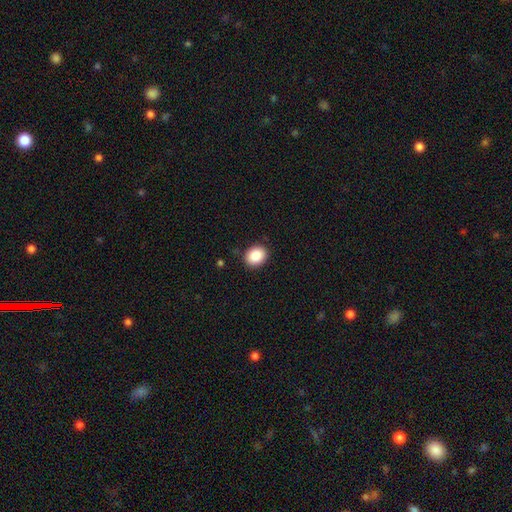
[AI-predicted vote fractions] Smooth or featured? Predicted: smooth (p=0.88). How rounded? Predicted: round (p=0.54). Merging? Predicted: none (p=0.88).